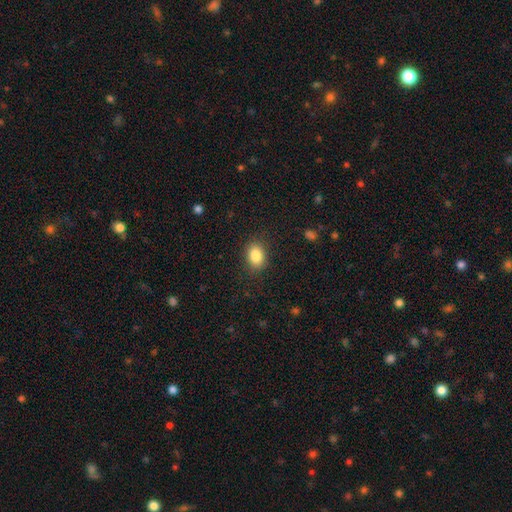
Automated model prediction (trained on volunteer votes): A smooth galaxy with no disk features (86%) that is in between round and cigar-shaped (72%). Merging: none (86%).